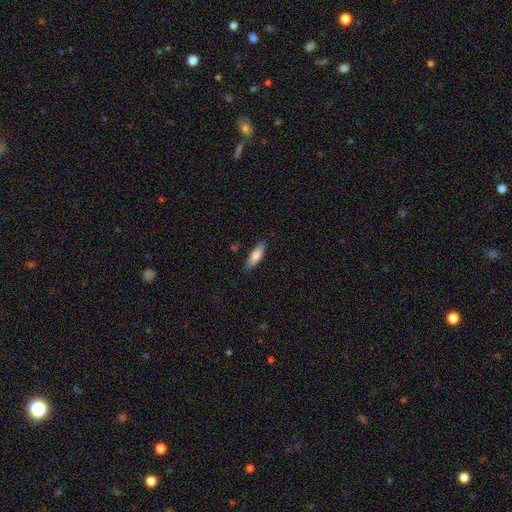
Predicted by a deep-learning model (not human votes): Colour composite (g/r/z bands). It shows a smooth galaxy with no disk features (78%) that is in between round and cigar-shaped (57%). Merging: none (85%).